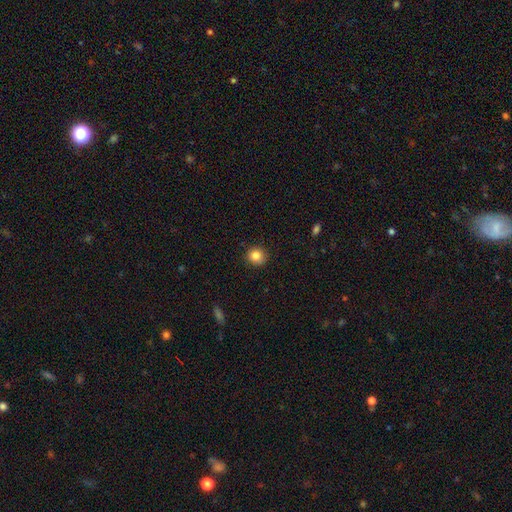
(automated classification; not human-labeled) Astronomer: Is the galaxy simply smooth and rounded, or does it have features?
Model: smooth — 84%.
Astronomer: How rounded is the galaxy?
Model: round — 89%.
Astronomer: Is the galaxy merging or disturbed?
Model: none — 91%.